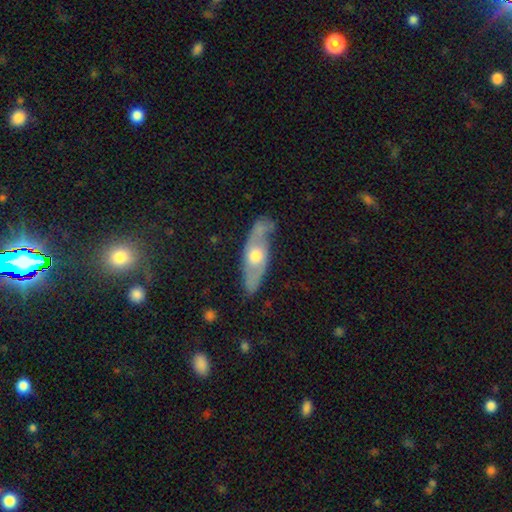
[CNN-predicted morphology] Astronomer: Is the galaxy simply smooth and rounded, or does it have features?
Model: featured or disk — 62%.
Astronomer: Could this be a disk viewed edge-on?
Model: no — 60% (runner-up: yes, 40%).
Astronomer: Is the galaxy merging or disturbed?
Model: none — 68%.